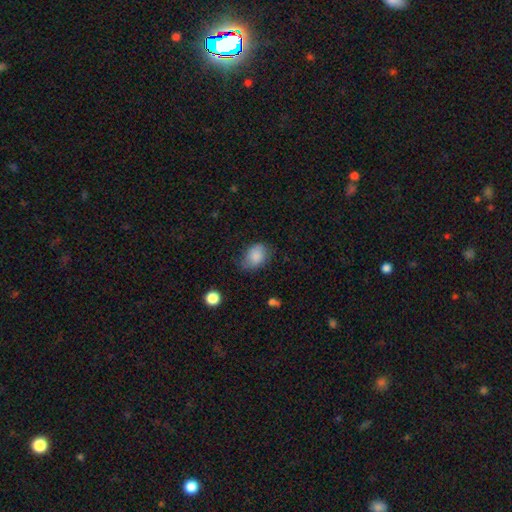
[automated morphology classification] Smooth or featured? smooth (84%)
How rounded? in between (73%)
Merging? none (62%)